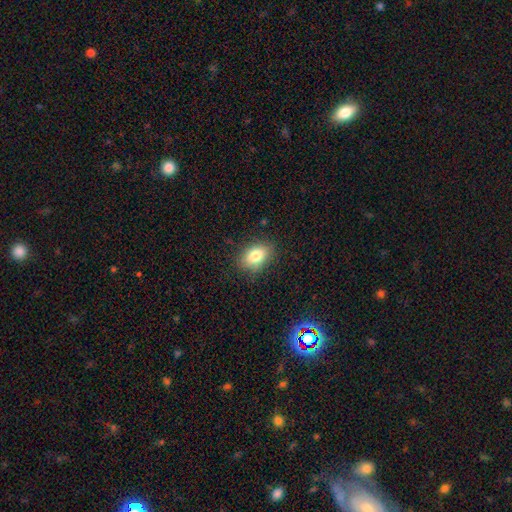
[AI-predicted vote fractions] This is clearly a smooth galaxy (81%). How rounded: clearly in between (83%). Merging: clearly none (84%).